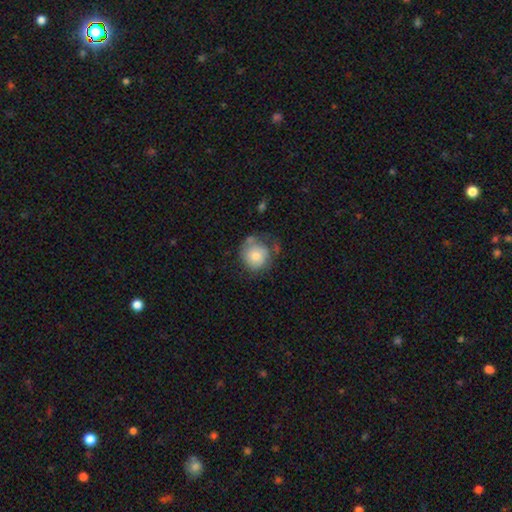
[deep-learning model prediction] A smooth galaxy with no disk features (72%) that is round (86%). Merging: none (50%).